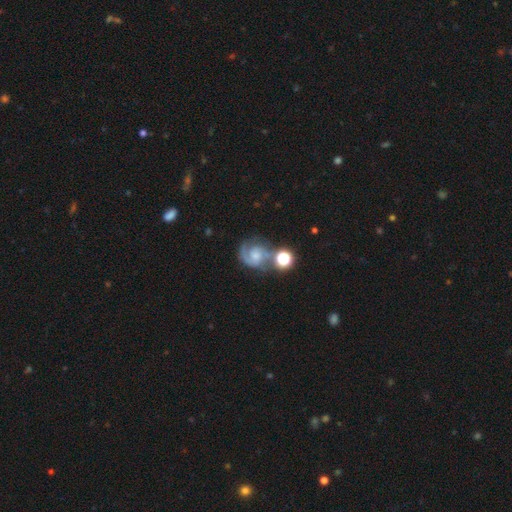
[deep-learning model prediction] Smooth or featured: featured or disk — 74% (smooth — 17%)
Edge-on disk: no — 98% (yes — 2%)
Bar: no — 67% (weak — 28%)
Spiral arms: yes — 94% (no — 6%)
Spiral winding: medium — 45% (tight — 40%)
Spiral arm count: 2 — 57% (1 — 28%)
Bulge size: small — 42% (moderate — 33%)
Merging: none — 48% (merger — 20%)